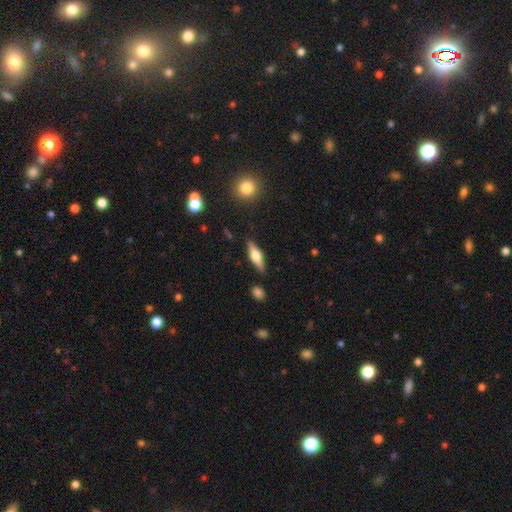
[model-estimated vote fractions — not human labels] Q: Smooth or featured?
A: featured or disk (55%); runner-up: smooth (38%)
Q: Edge-on disk?
A: yes (94%); runner-up: no (6%)
Q: Edge-on bulge?
A: rounded (88%); runner-up: boxy (9%)
Q: Merging?
A: none (85%); runner-up: minor disturbance (10%)